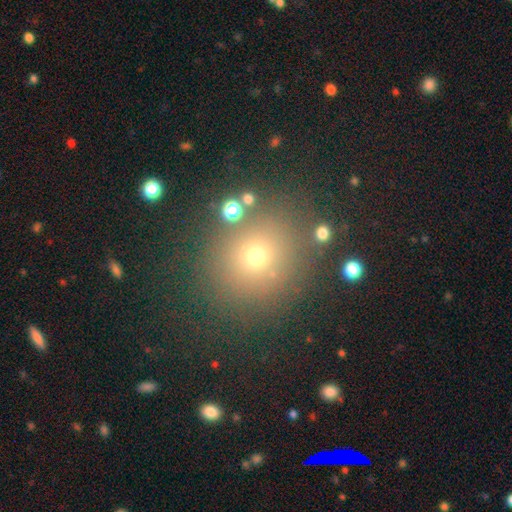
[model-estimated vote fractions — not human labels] Smooth or featured? smooth (64%)
How rounded? round (85%)
Merging? none (84%)